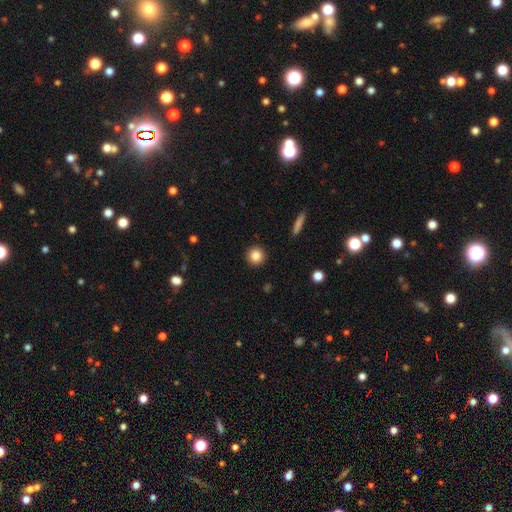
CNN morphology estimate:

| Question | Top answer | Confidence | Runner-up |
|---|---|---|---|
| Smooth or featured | smooth | 85% | star or artifact (10%) |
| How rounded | round | 95% | in between (4%) |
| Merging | none | 92% | minor disturbance (5%) |